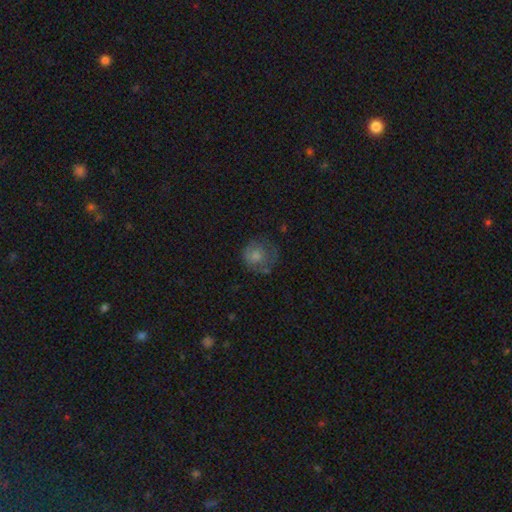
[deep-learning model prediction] Overall: smooth (61%; featured or disk 27%). How rounded: round (84%). Merging: none (60%; minor disturbance 23%).